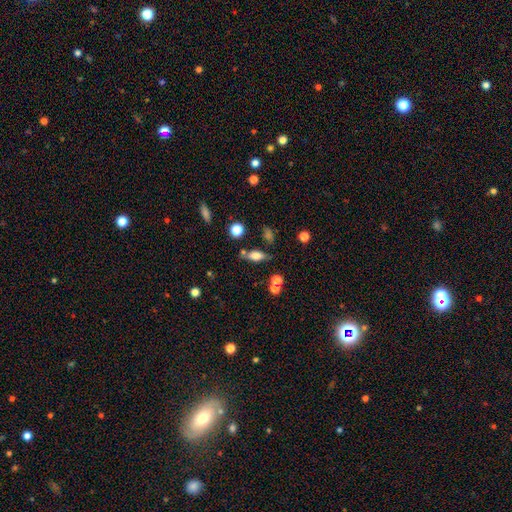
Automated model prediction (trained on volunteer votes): This appears to be a smooth galaxy with no disk features (63%) that is in between round and cigar-shaped (69%). Merging: none (67%).